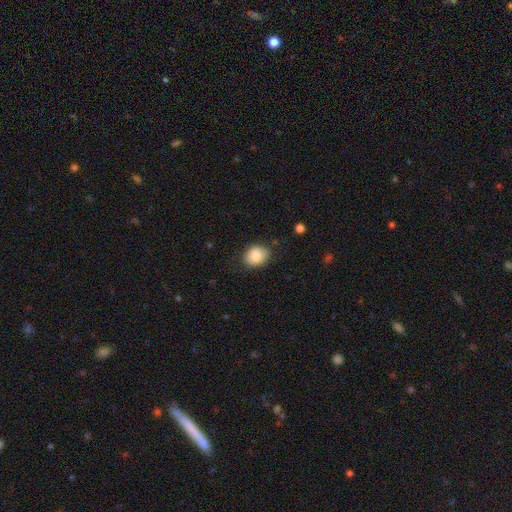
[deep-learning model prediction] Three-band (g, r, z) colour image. It shows a smooth galaxy with no disk features (86%) that is in between round and cigar-shaped (54%). Merging: none (79%).